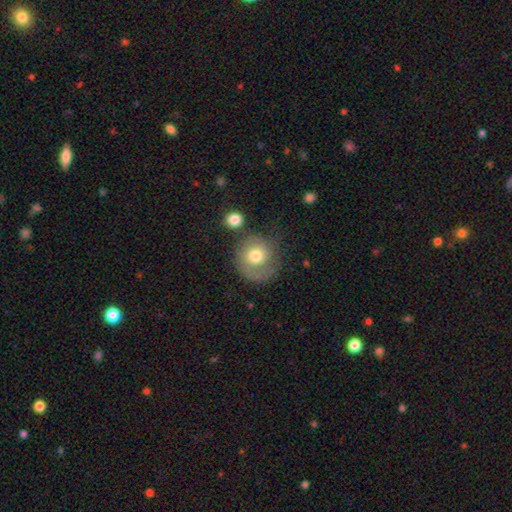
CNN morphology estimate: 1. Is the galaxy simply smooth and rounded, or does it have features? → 58% smooth, 35% featured or disk, 7% star or artifact.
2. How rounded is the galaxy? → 87% round, 12% in between, 1% cigar-shaped.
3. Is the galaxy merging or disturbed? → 49% none, 22% minor disturbance, 21% major disturbance, 8% merger.